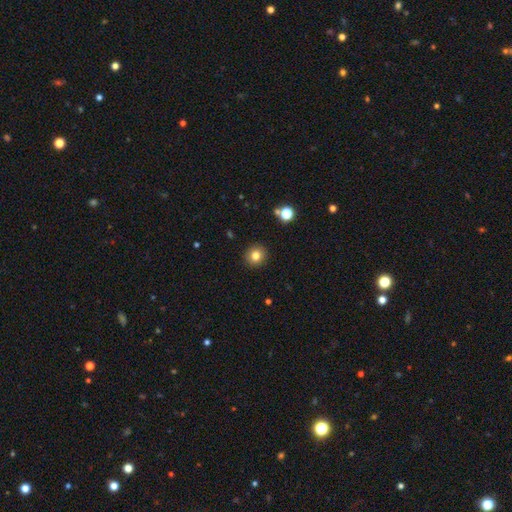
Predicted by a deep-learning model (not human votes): Q: Smooth or featured?
A: smooth (80%); runner-up: star or artifact (12%)
Q: How rounded?
A: round (92%); runner-up: in between (7%)
Q: Merging?
A: none (92%); runner-up: minor disturbance (5%)